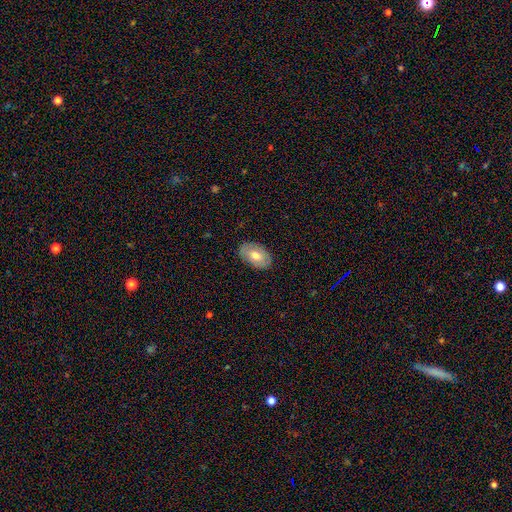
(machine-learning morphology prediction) smooth 65%, featured or disk 28%, star or artifact 7%. Down the decision tree: how rounded — in between (90%); merging — none (84%).